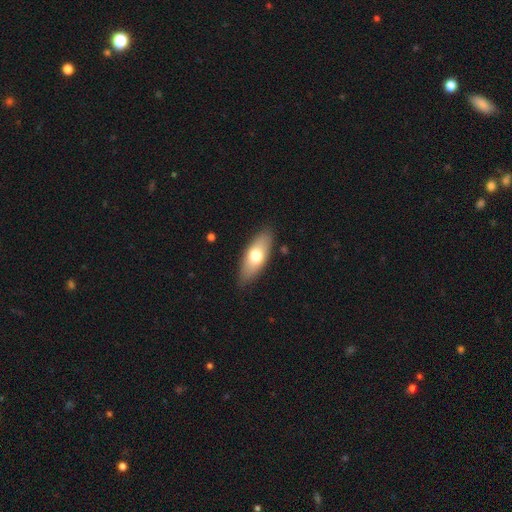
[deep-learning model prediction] A smooth galaxy with no disk features (68%) that is in between round and cigar-shaped (78%). Merging: none (86%).